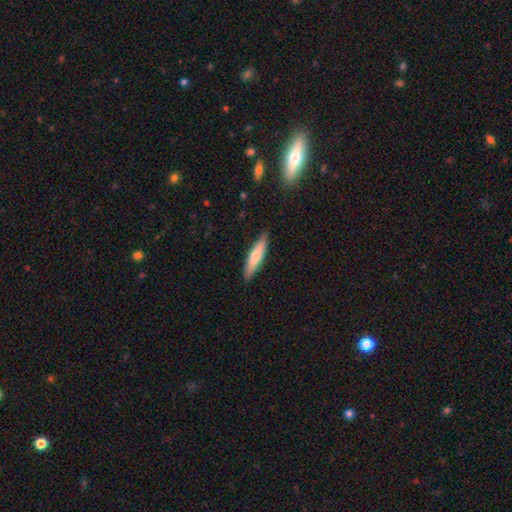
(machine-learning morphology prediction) The model was most divided on "smooth or featured": smooth: 65%, featured or disk: 29%, star or artifact: 5%. More confident: merging — none (88%); how rounded — cigar-shaped (83%).